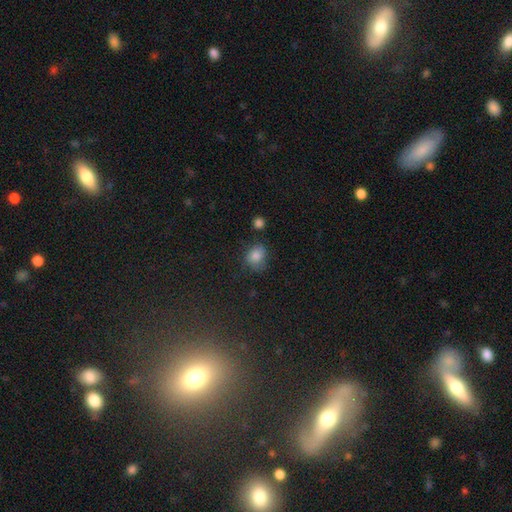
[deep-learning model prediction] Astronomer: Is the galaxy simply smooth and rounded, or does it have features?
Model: smooth — 81%.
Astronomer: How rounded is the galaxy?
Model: round — 57% (runner-up: in between, 42%).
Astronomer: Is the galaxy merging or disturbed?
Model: none — 62%.